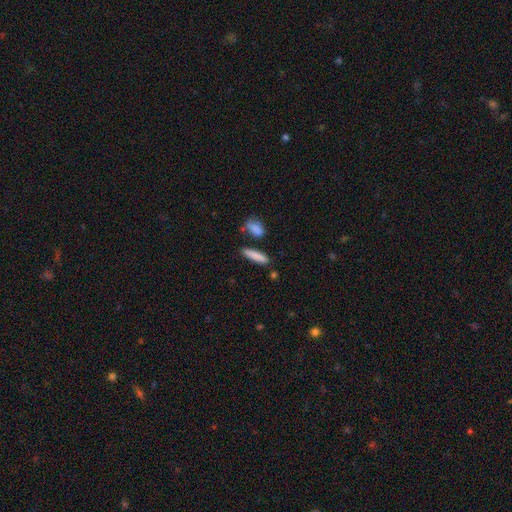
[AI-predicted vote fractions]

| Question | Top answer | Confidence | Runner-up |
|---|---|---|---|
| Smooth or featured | smooth | 84% | featured or disk (9%) |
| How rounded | cigar-shaped | 77% | in between (21%) |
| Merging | none | 79% | minor disturbance (11%) |